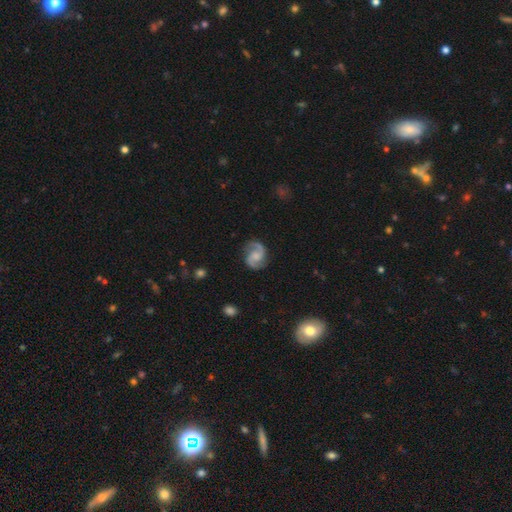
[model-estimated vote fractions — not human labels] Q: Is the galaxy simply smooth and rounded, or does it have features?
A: featured or disk — 89%.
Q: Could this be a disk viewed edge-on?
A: no — 98%.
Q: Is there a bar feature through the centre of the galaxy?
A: no — 54%.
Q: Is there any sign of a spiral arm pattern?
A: yes — 98%.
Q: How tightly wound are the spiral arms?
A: medium — 57%.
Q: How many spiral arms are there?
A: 2 — 94%.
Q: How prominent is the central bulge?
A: none — 32%, tied with moderate.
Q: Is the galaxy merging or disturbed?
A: none — 83%.